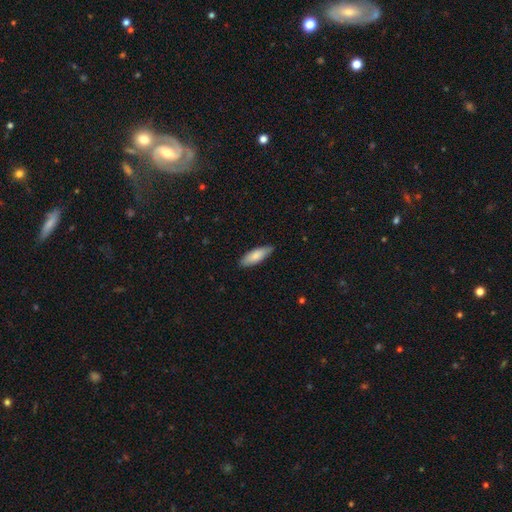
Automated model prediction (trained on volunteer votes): Q: Smooth or featured?
A: smooth (82%); runner-up: featured or disk (13%)
Q: How rounded?
A: in between (58%); runner-up: cigar-shaped (40%)
Q: Merging?
A: none (84%); runner-up: minor disturbance (13%)